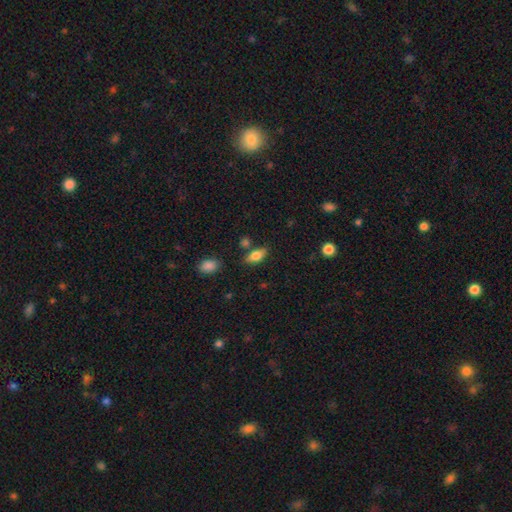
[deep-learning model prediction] Morphology: type=smooth (76%); roundness=in between (85%); merging=none (71%).